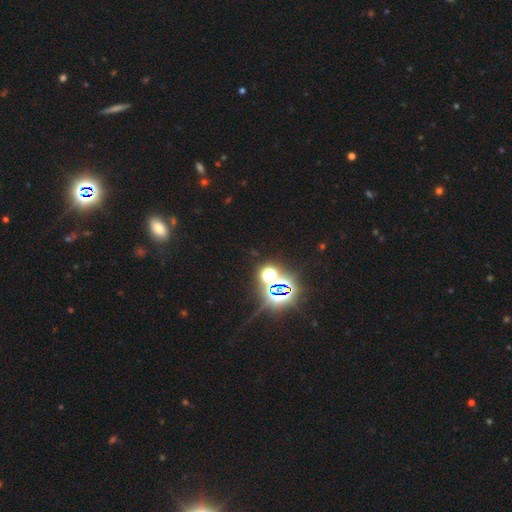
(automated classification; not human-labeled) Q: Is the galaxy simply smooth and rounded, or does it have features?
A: star or artifact — 78%.